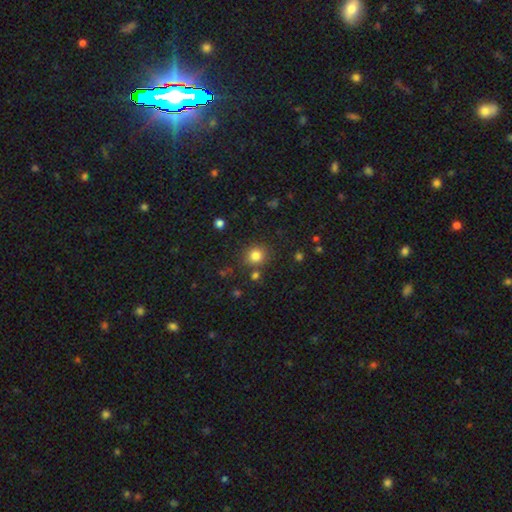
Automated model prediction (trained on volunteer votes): This appears to be a smooth galaxy with no disk features (82%) that is round (87%). Merging: none (82%).